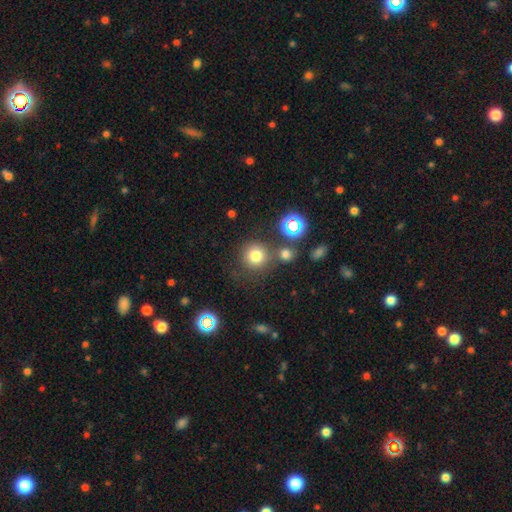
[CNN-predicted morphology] smooth-or-featured: smooth: 76% | star or artifact: 17% | featured or disk: 8%
  how-rounded: round: 93% | in between: 6% | cigar-shaped: 1%
  merging: none: 70% | merger: 14% | minor disturbance: 10% | major disturbance: 5%